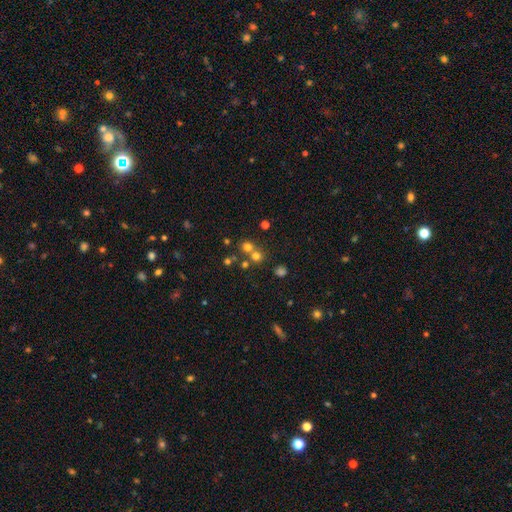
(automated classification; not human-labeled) This appears to be a smooth galaxy with no disk features (64%) that is round (87%). Merging: none (54%).